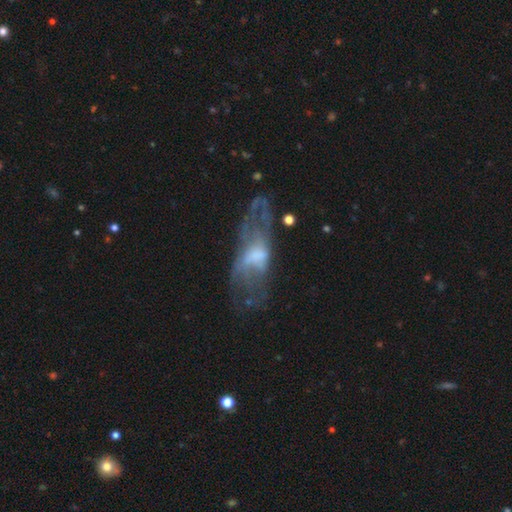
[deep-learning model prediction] Smooth or featured? Predicted: featured or disk (p=0.59). Edge-on disk? Predicted: no (p=0.86). Bar? Predicted: no (p=0.59). Spiral arms? Predicted: no (p=0.56). Bulge size? Predicted: moderate (p=0.32). Merging? Predicted: major disturbance (p=0.38).